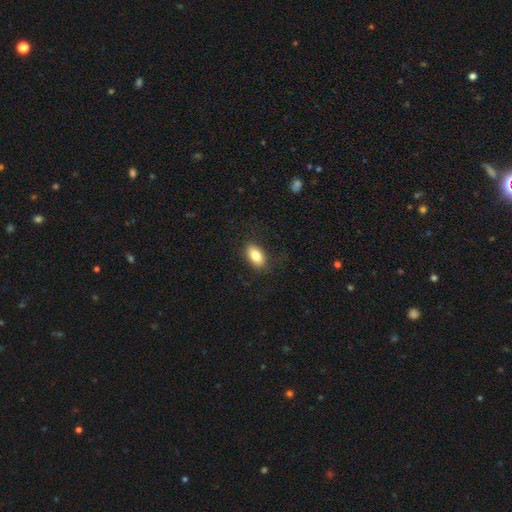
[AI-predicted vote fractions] smooth-or-featured: smooth: 83% | featured or disk: 9% | star or artifact: 8%
  how-rounded: in between: 90% | round: 6% | cigar-shaped: 4%
  merging: none: 85% | minor disturbance: 11% | major disturbance: 3% | merger: 1%